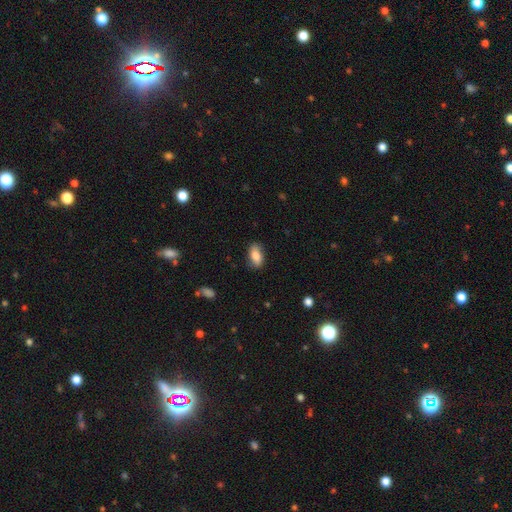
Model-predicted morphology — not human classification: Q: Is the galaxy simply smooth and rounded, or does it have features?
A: smooth — 80%.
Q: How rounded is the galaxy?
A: in between — 89%.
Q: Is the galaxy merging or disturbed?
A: none — 80%.